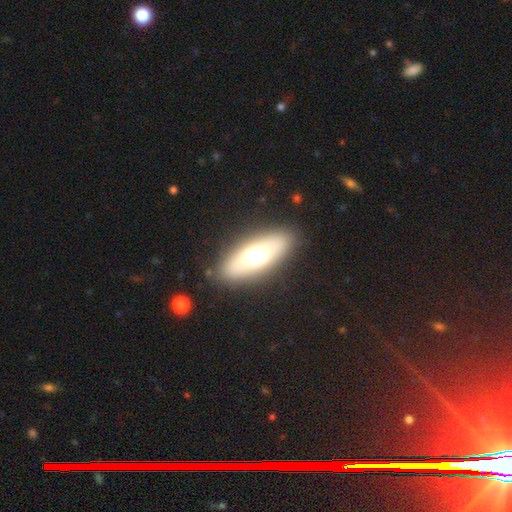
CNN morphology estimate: smooth_or_featured: smooth (p=0.54) [alt: featured or disk p=0.36]
how_rounded: in between (p=0.69) [alt: cigar-shaped p=0.25]
merging: none (p=0.86) [alt: minor disturbance p=0.09]